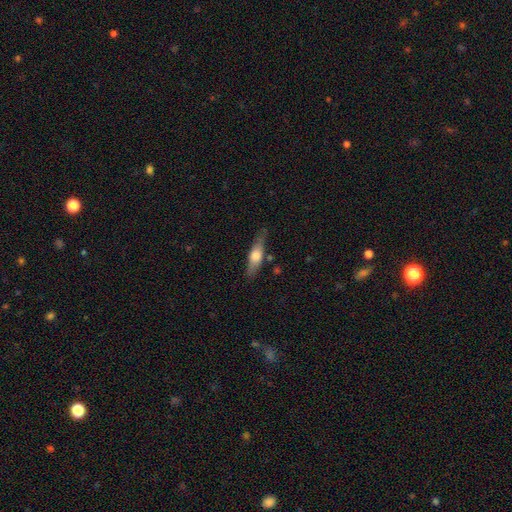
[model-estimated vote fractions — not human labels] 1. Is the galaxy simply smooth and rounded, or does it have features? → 53% smooth, 41% featured or disk, 6% star or artifact.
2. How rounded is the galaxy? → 58% cigar-shaped, 39% in between, 3% round.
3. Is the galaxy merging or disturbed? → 77% none, 16% minor disturbance, 4% major disturbance, 3% merger.